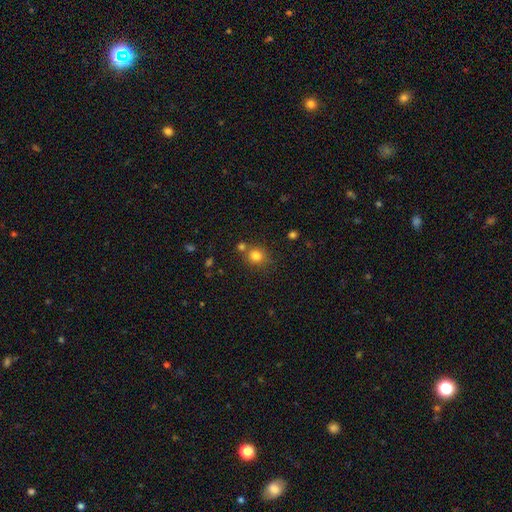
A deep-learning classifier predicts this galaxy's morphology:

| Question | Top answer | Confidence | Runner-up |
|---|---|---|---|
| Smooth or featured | smooth | 80% | star or artifact (13%) |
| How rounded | round | 82% | in between (17%) |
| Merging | none | 66% | merger (19%) |